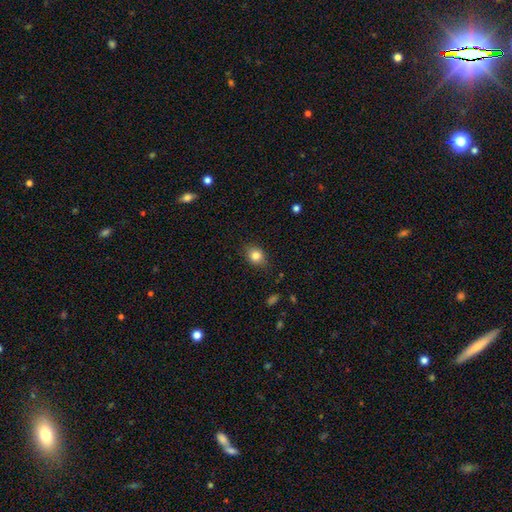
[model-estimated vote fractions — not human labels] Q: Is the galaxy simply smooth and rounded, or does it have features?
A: smooth — 83%.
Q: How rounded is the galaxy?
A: in between — 52%.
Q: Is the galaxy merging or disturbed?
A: none — 83%.